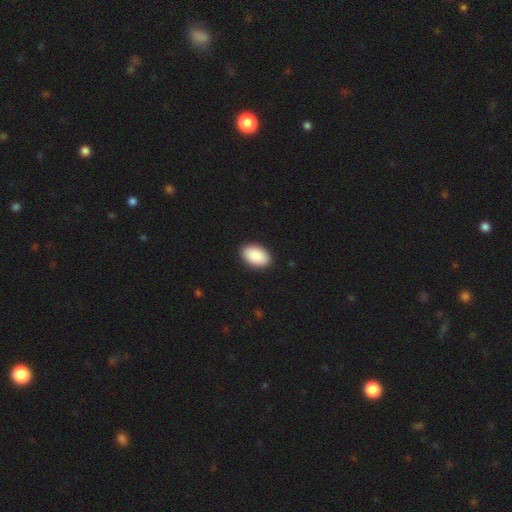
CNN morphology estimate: This is clearly a smooth galaxy (92%). How rounded: clearly in between (94%). Merging: clearly none (91%).